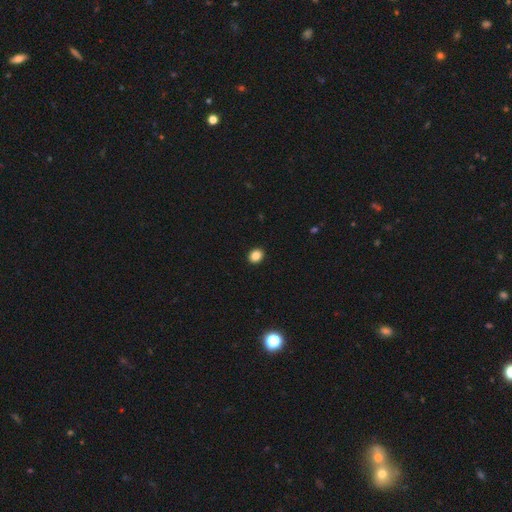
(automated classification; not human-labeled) smooth-or-featured: smooth: 86% | star or artifact: 10% | featured or disk: 4%
  how-rounded: round: 60% | in between: 39% | cigar-shaped: 1%
  merging: none: 92% | minor disturbance: 5% | major disturbance: 2% | merger: 1%